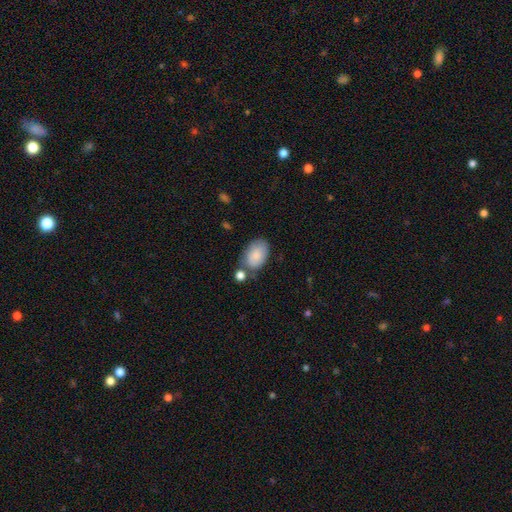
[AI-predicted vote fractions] Smooth or featured? smooth (83%)
How rounded? in between (91%)
Merging? none (61%)